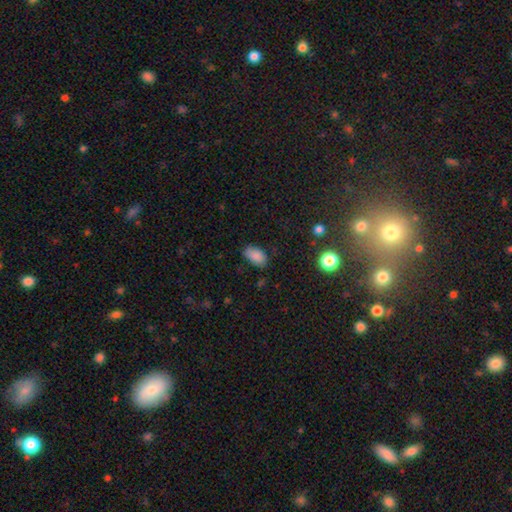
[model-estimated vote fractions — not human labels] Overall: smooth (86%). How rounded: in between (92%). Merging: none (76%).